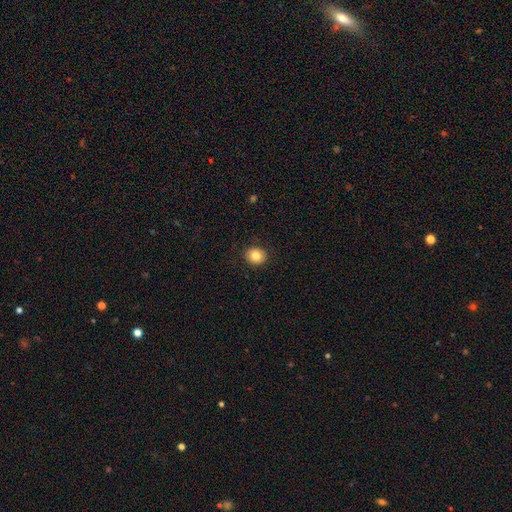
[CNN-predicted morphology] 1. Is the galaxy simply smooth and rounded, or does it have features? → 82% smooth, 10% star or artifact, 9% featured or disk.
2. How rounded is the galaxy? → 77% round, 23% in between, 1% cigar-shaped.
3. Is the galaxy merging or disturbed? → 90% none, 7% minor disturbance, 2% major disturbance, 1% merger.